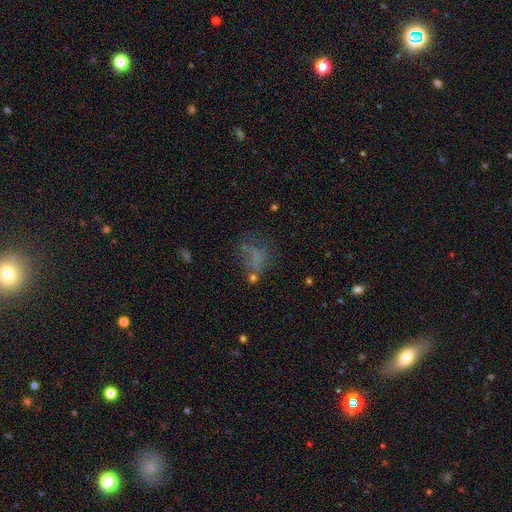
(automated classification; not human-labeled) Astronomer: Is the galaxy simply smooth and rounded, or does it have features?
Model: smooth — 46% (runner-up: featured or disk, 30%).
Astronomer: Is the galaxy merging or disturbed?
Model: none — 41% (runner-up: major disturbance, 32%).